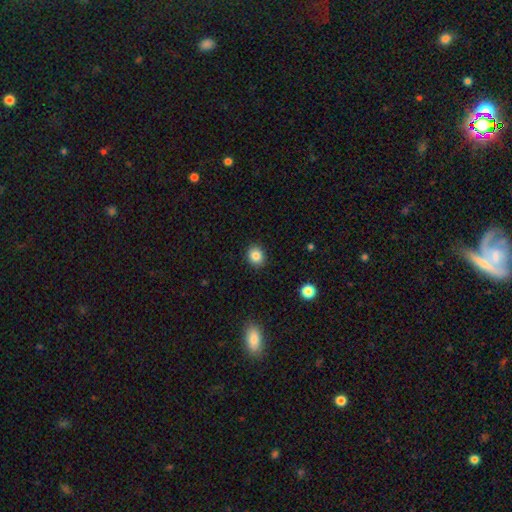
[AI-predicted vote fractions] This appears to be a smooth galaxy with no disk features (85%) that is round (67%). Merging: none (90%).